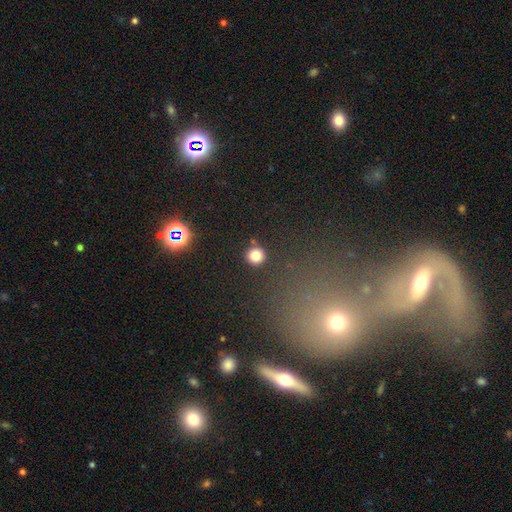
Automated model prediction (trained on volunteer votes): Overall: smooth (82%). How rounded: round (93%). Merging: none (87%).